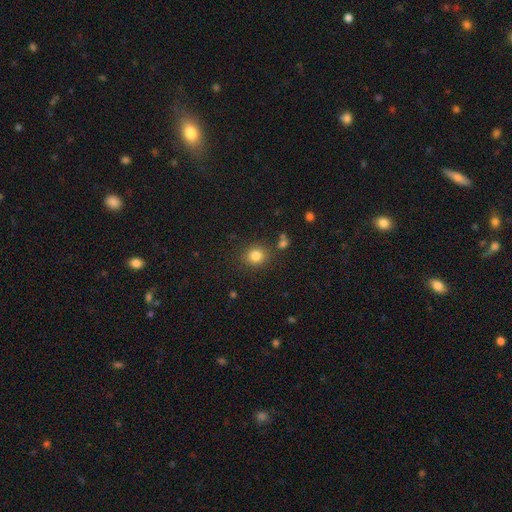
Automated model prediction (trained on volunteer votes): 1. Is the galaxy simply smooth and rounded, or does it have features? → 82% smooth, 12% star or artifact, 6% featured or disk.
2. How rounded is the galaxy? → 80% round, 19% in between, 1% cigar-shaped.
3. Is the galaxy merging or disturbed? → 83% none, 10% minor disturbance, 5% merger, 3% major disturbance.